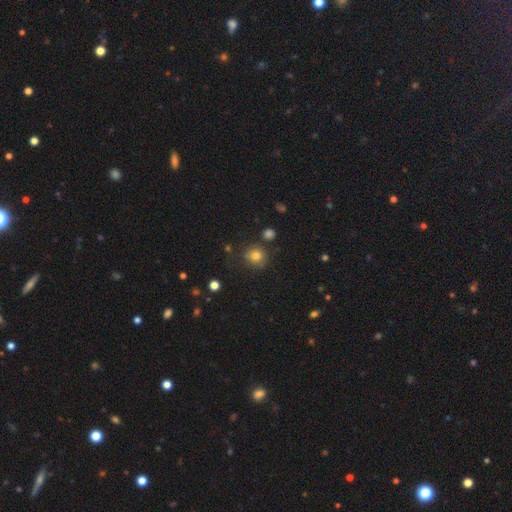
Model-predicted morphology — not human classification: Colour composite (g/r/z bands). It shows a smooth galaxy with no disk features (79%) that is round (84%). Merging: none (74%).